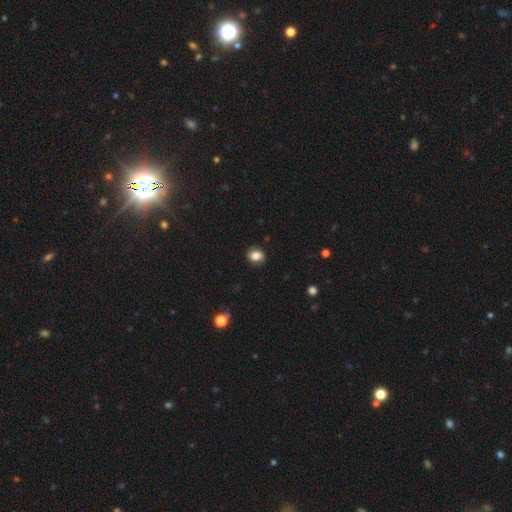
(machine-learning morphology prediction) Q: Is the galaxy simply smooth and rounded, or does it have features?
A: smooth — 78%.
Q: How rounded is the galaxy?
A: round — 52%.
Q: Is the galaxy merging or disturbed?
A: none — 83%.